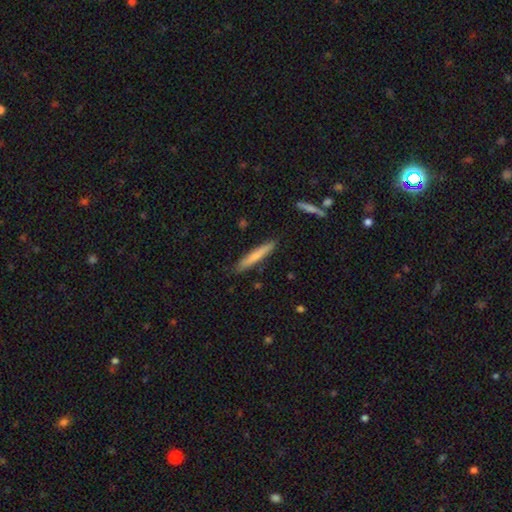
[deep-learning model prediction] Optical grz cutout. It shows a smooth galaxy with no disk features (68%) that is cigar-shaped (94%). Merging: none (87%).